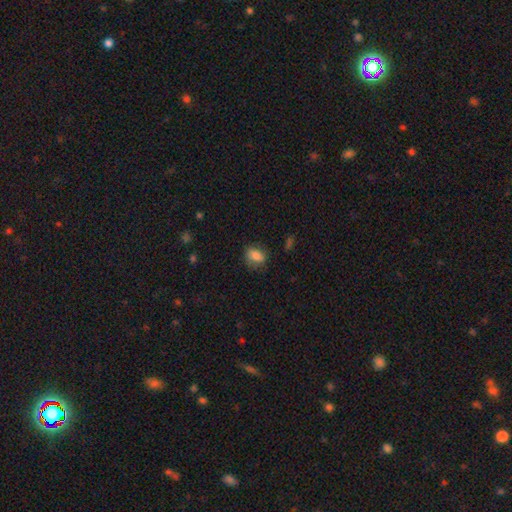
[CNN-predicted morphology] smooth 83%, star or artifact 9%, featured or disk 8%. Down the decision tree: how rounded — in between (66%); merging — none (74%).